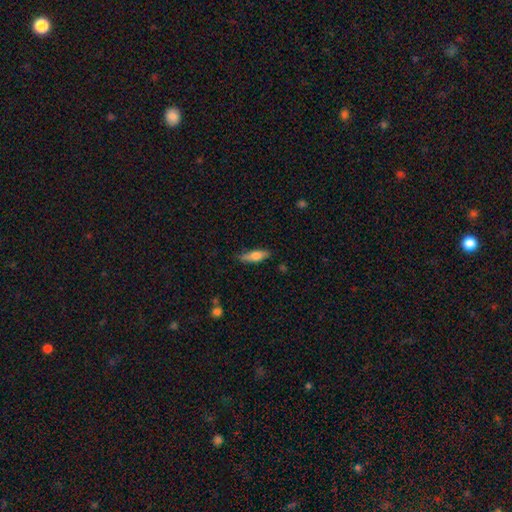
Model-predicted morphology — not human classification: This appears to be a smooth galaxy with no disk features (65%) that is cigar-shaped (52%). Merging: none (80%).